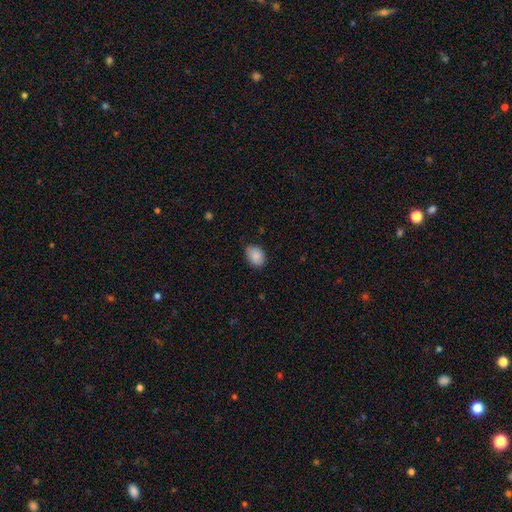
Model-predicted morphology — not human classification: smooth 88%, star or artifact 8%, featured or disk 5%. Down the decision tree: how rounded — in between (69%); merging — none (71%).